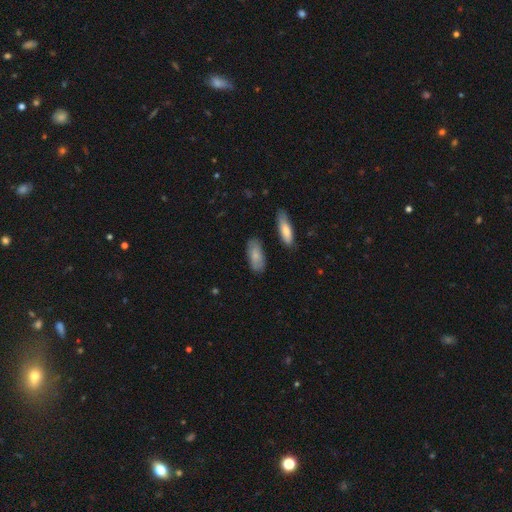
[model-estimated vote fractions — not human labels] The model was most divided on "smooth or featured": smooth: 77%, featured or disk: 17%, star or artifact: 6%. More confident: how rounded — in between (82%); merging — none (79%).